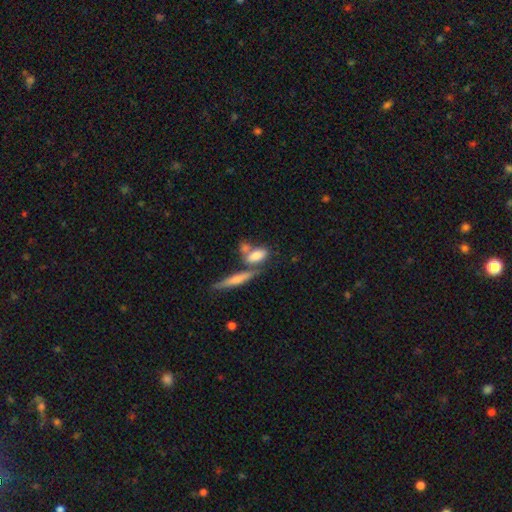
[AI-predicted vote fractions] smooth_or_featured: smooth (p=0.75) [alt: featured or disk p=0.17]
how_rounded: in between (p=0.72) [alt: cigar-shaped p=0.21]
merging: none (p=0.42) [alt: merger p=0.39]